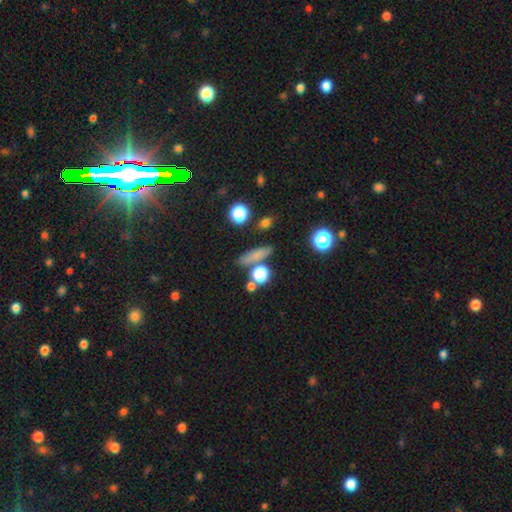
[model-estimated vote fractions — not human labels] The model was most divided on "how rounded": cigar-shaped: 62%, in between: 24%, round: 14%. More confident: merging — none (77%); smooth or featured — smooth (69%).